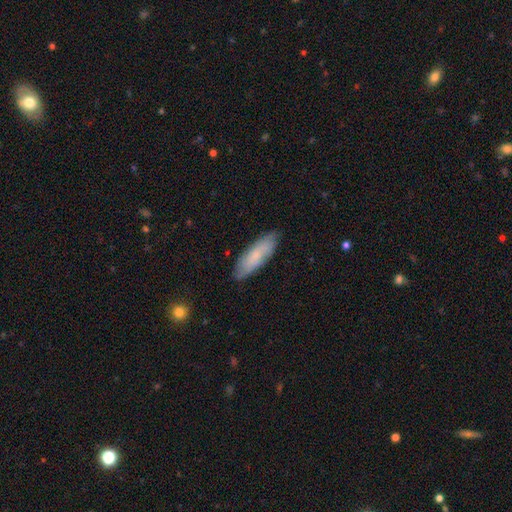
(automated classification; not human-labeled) This is likely a smooth galaxy (69%). How rounded: possibly in between (50%). Merging: clearly none (83%).